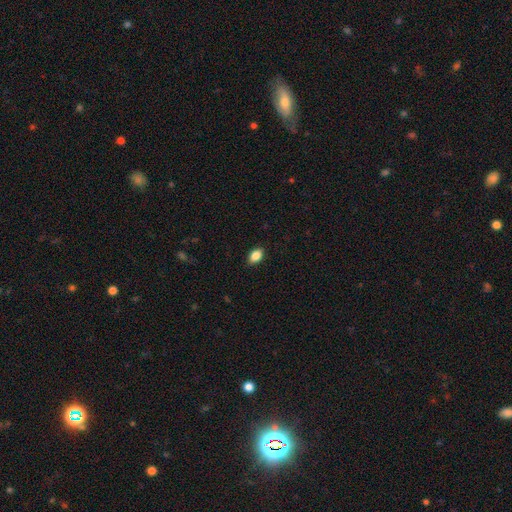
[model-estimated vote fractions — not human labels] smooth_or_featured: smooth (p=0.86) [alt: star or artifact p=0.08]
how_rounded: in between (p=0.88) [alt: round p=0.10]
merging: none (p=0.88) [alt: minor disturbance p=0.09]